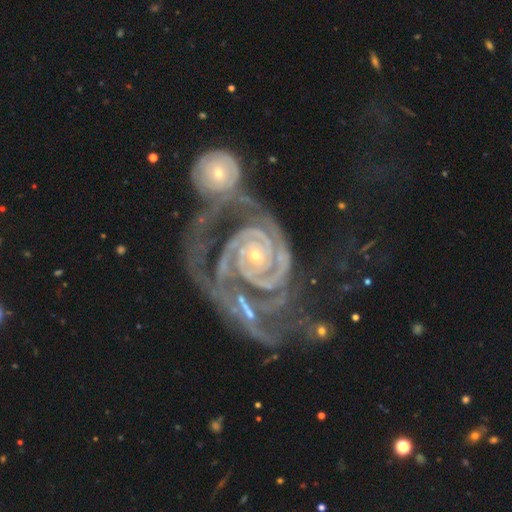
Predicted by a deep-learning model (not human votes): Morphology: type=featured or disk (94%); edge-on=no (98%); bar=no (71%); spiral arms=yes (99%); winding=tight (78%); arm count=2 (55%); bulge=small (75%); merging=merger (48%).